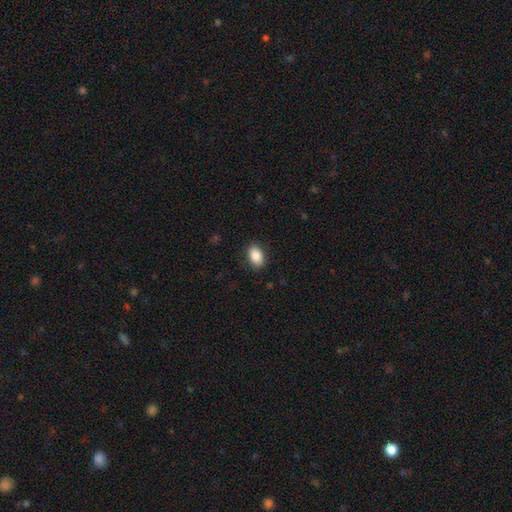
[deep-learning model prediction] This appears to be a smooth galaxy with no disk features (87%) that is in between round and cigar-shaped (88%). Merging: none (87%).